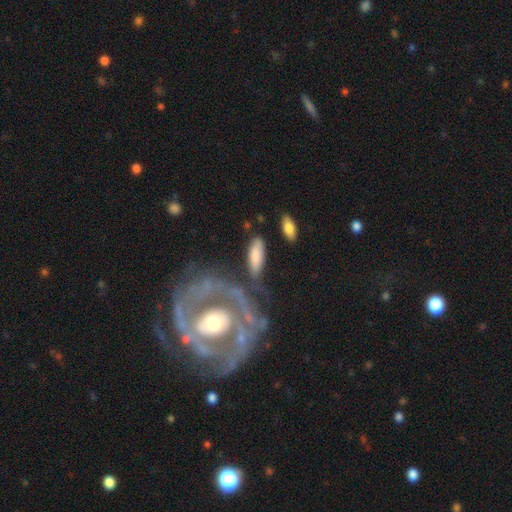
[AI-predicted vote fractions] smooth-or-featured: smooth: 76% | featured or disk: 18% | star or artifact: 6%
  how-rounded: in between: 54% | cigar-shaped: 44% | round: 2%
  merging: none: 60% | minor disturbance: 19% | merger: 12% | major disturbance: 9%